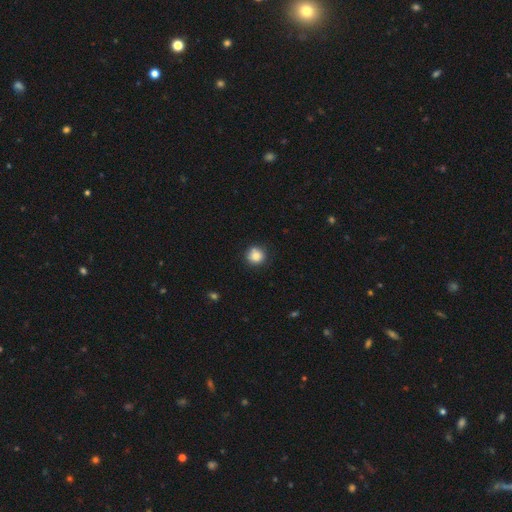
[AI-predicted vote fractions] smooth 84%, star or artifact 10%, featured or disk 6%. Down the decision tree: how rounded — round (93%); merging — none (83%).